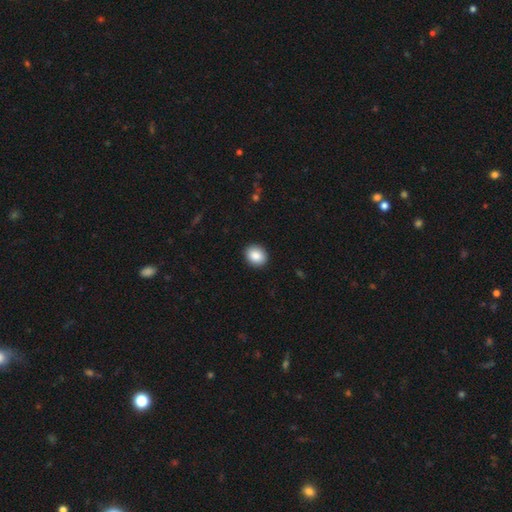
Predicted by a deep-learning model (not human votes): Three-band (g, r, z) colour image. It shows a smooth galaxy with no disk features (88%) that is round (58%). Merging: none (92%).